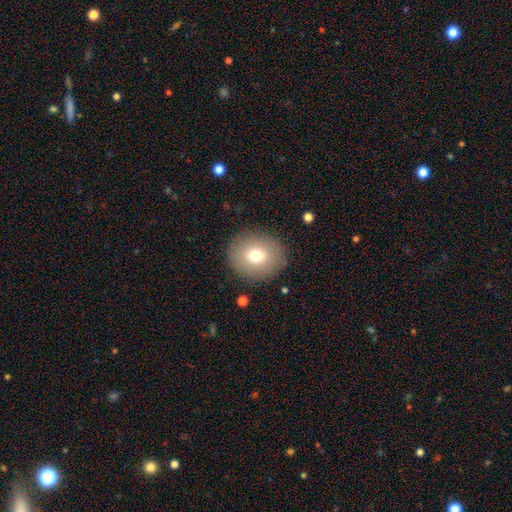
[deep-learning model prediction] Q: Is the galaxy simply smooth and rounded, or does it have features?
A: smooth — 73%.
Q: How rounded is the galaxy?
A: round — 77%.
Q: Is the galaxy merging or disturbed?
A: none — 88%.